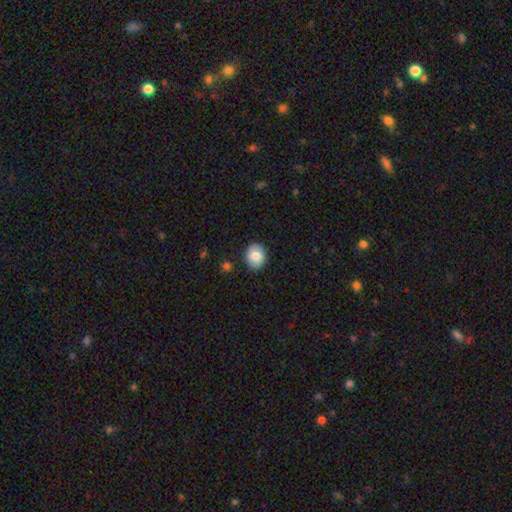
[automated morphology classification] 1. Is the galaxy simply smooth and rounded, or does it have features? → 81% smooth, 12% featured or disk, 8% star or artifact.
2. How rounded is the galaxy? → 51% round, 48% in between, 1% cigar-shaped.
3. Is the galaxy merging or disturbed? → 88% none, 9% minor disturbance, 2% major disturbance, 1% merger.